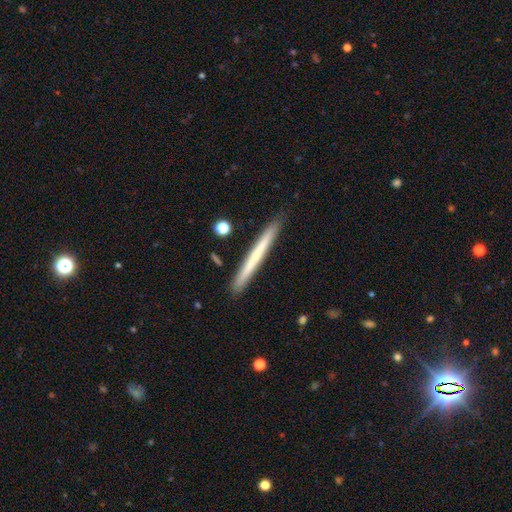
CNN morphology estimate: Smooth or featured: smooth — 53% (featured or disk — 41%)
How rounded: cigar-shaped — 97% (in between — 2%)
Merging: none — 90% (minor disturbance — 7%)